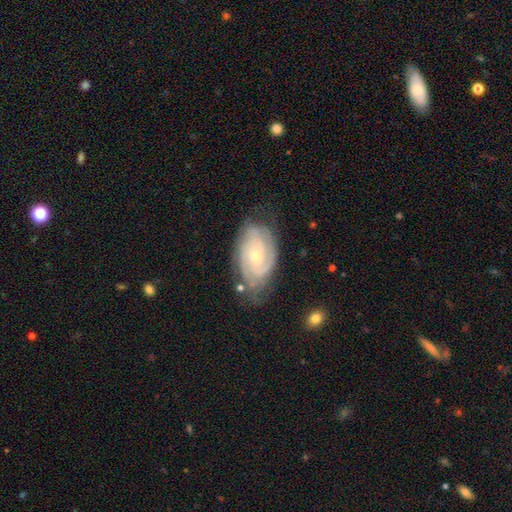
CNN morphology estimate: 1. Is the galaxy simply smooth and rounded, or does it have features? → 82% featured or disk, 12% smooth, 6% star or artifact.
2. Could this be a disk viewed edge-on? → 96% no, 4% yes.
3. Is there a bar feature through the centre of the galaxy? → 60% no, 33% weak, 6% strong.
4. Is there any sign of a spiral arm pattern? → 96% yes, 4% no.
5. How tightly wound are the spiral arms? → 68% tight, 27% medium, 5% loose.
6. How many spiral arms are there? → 44% 2, 25% can't tell, 18% 3, 6% 4, 3% 1, 3% more than 4.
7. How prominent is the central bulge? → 60% small, 35% moderate, 2% none, 2% large, 1% dominant.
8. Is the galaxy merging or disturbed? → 68% none, 23% minor disturbance, 7% major disturbance, 2% merger.